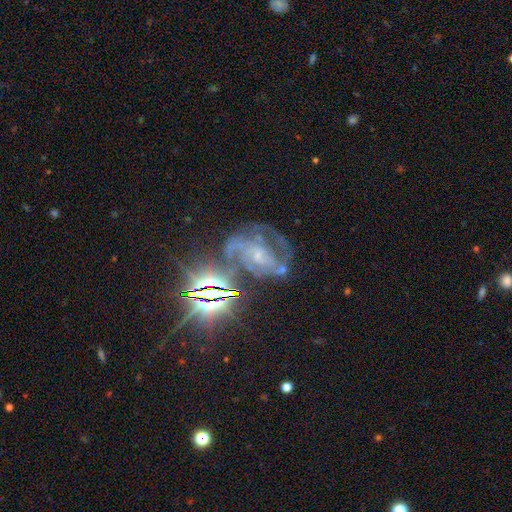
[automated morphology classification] The model was most divided on "bar": no: 45%, weak: 37%, strong: 18%. Remaining: edge-on disk — no (96%); spiral arms — yes (92%); bulge size — small (68%); smooth or featured — featured or disk (66%); merging — none (56%); spiral winding — medium (49%); spiral arm count — 2 (43%).